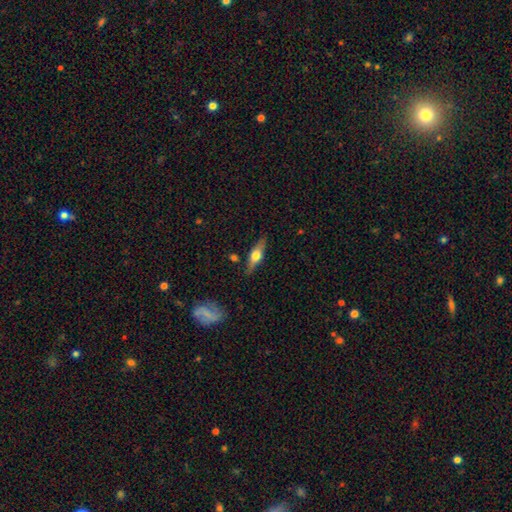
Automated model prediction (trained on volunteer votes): This appears to be a featured or disk galaxy (55%) viewed edge-on (92%) with a rounded central bulge (93%). Merging: none (85%).